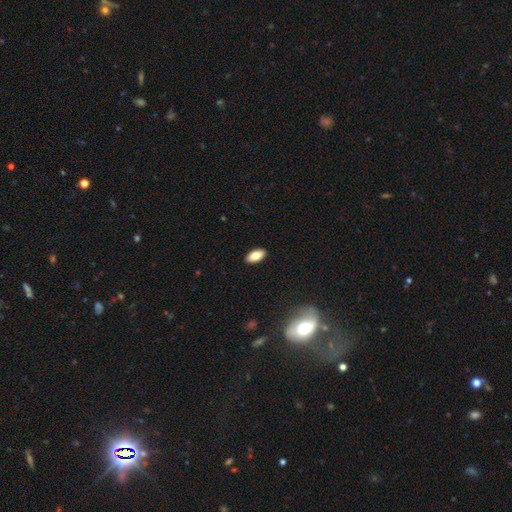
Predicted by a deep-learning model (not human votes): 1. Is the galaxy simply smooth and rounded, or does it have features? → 83% smooth, 10% featured or disk, 8% star or artifact.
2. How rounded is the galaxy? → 90% in between, 7% cigar-shaped, 2% round.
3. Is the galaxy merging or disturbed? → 90% none, 7% minor disturbance, 2% major disturbance, 1% merger.